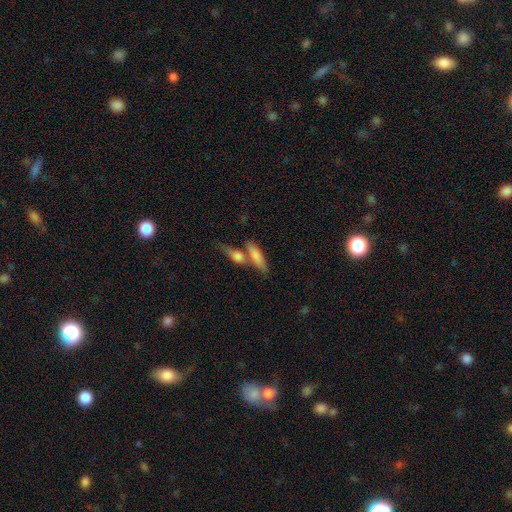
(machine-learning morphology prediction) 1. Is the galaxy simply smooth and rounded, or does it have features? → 74% smooth, 20% featured or disk, 6% star or artifact.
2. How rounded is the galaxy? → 52% cigar-shaped, 44% in between, 4% round.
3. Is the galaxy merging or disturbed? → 45% none, 41% merger, 10% minor disturbance, 4% major disturbance.